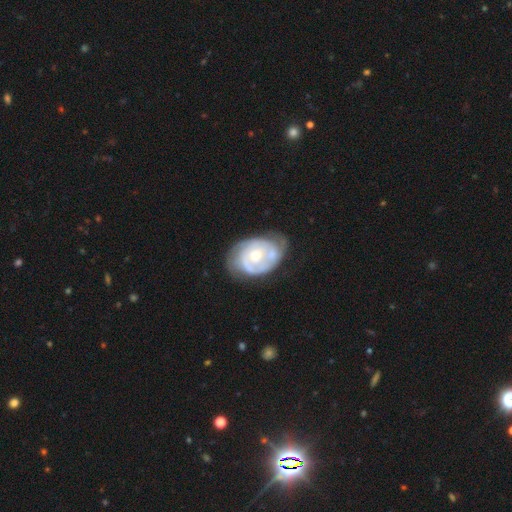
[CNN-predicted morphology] The model was most divided on "bulge size" (2-way tie): small: 48%, moderate: 48%, large: 2%, none: 1%, dominant: 1%. Remaining: edge-on disk — no (97%); spiral arms — yes (88%); smooth or featured — featured or disk (80%); bar — no (75%); spiral winding — tight (63%); merging — none (53%); spiral arm count — 2 (39%).